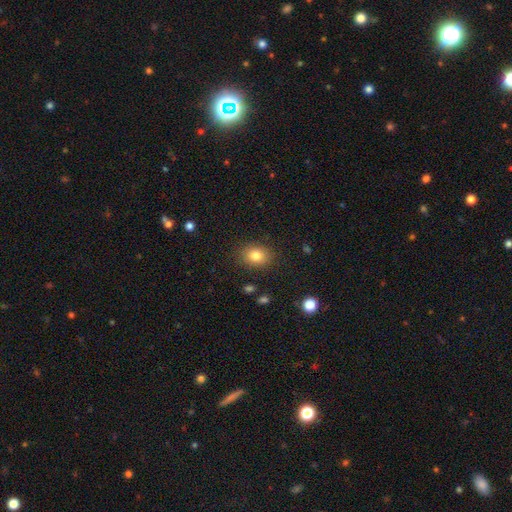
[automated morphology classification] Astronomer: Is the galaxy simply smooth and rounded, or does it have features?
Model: smooth — 82%.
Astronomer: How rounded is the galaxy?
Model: in between — 56% (runner-up: round, 43%).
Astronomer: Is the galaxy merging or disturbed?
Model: none — 86%.